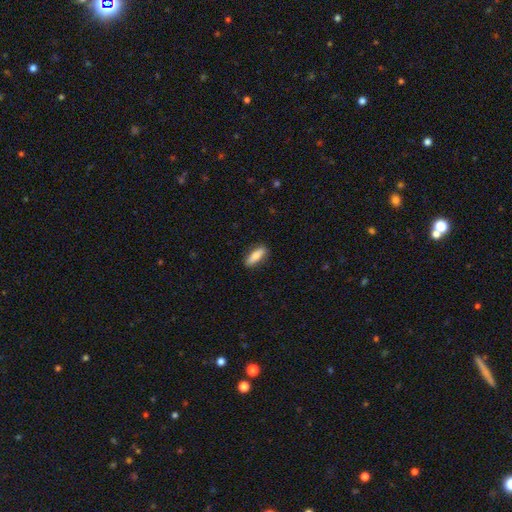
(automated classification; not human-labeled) smooth 76%, featured or disk 18%, star or artifact 6%. Down the decision tree: how rounded — in between (55%); merging — none (86%).